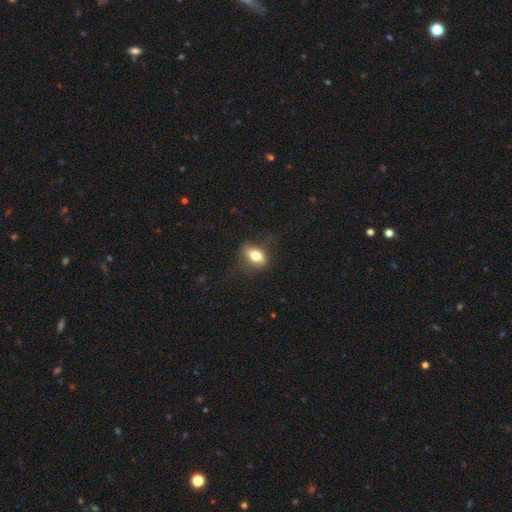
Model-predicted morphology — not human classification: A smooth galaxy with no disk features (67%) that is in between round and cigar-shaped (77%). Merging: none (78%).